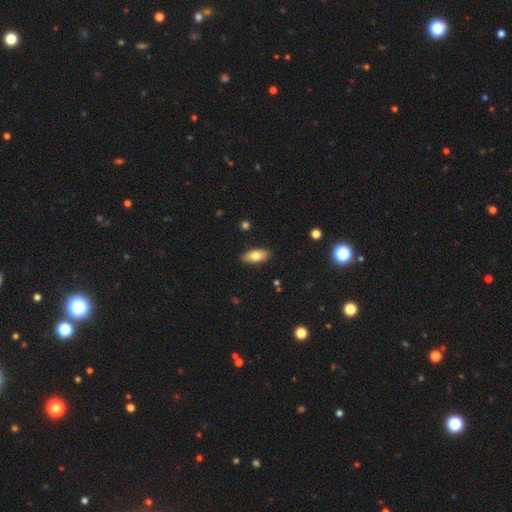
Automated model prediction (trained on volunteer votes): Q: Smooth or featured?
A: smooth (75%); runner-up: featured or disk (18%)
Q: How rounded?
A: in between (85%); runner-up: cigar-shaped (13%)
Q: Merging?
A: none (87%); runner-up: minor disturbance (10%)